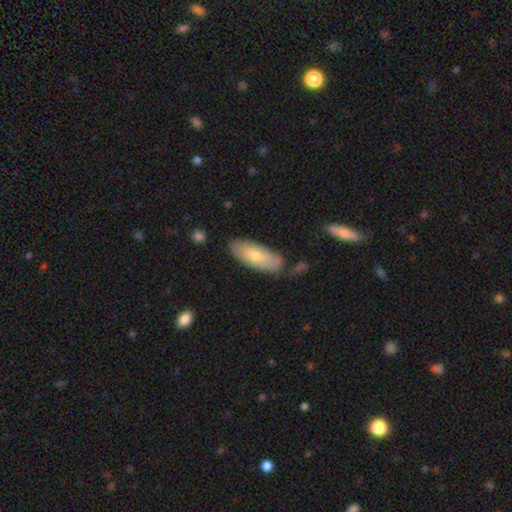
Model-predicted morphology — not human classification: Overall: smooth (66%; featured or disk 29%). How rounded: in between (80%). Merging: none (77%).